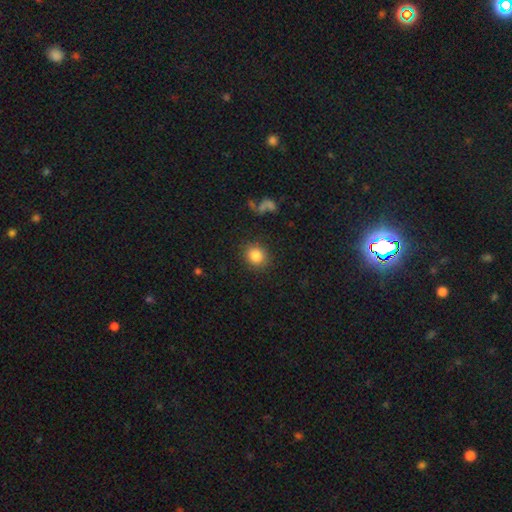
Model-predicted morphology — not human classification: smooth_or_featured: smooth (p=0.85) [alt: star or artifact p=0.10]
how_rounded: round (p=0.78) [alt: in between p=0.21]
merging: none (p=0.87) [alt: minor disturbance p=0.08]